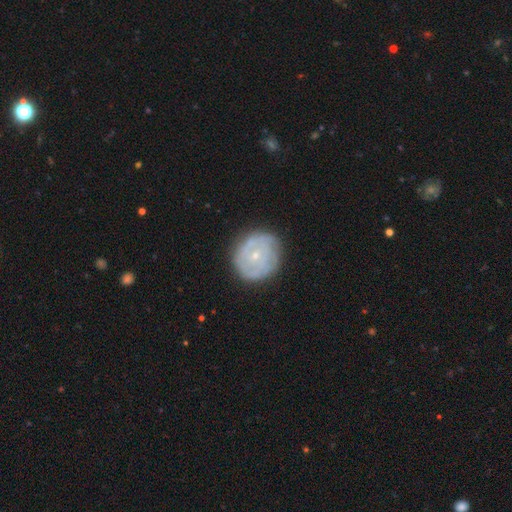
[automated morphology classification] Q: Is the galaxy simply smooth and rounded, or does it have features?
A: featured or disk — 62%.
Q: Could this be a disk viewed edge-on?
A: no — 97%.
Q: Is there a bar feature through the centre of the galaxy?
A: no — 81%.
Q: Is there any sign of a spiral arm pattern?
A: yes — 65%.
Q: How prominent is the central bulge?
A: small — 79%.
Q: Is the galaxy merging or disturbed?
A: none — 77%.